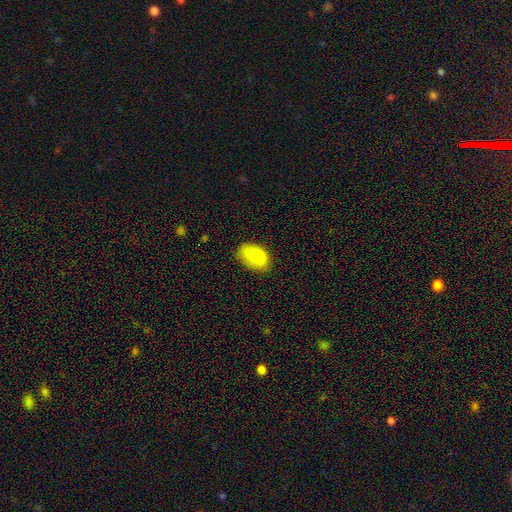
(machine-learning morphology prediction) Q: Smooth or featured?
A: smooth (85%); runner-up: featured or disk (8%)
Q: How rounded?
A: in between (89%); runner-up: round (9%)
Q: Merging?
A: none (72%); runner-up: minor disturbance (22%)